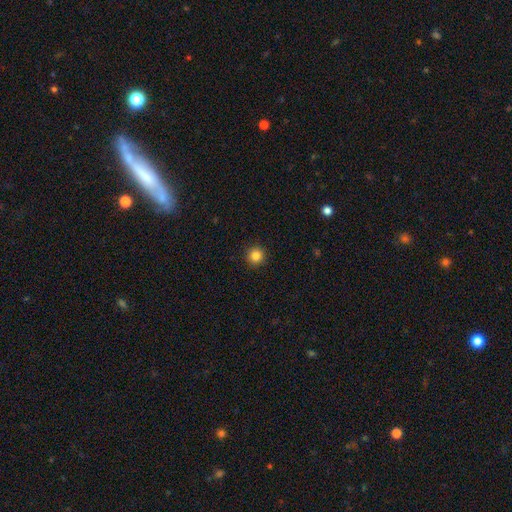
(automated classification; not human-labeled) This is clearly a smooth galaxy (85%). How rounded: clearly round (95%). Merging: clearly none (93%).